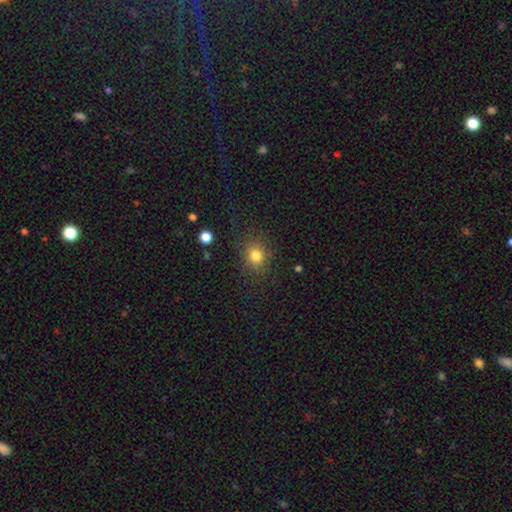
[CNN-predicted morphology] Smooth or featured? smooth (81%)
How rounded? round (70%)
Merging? none (83%)